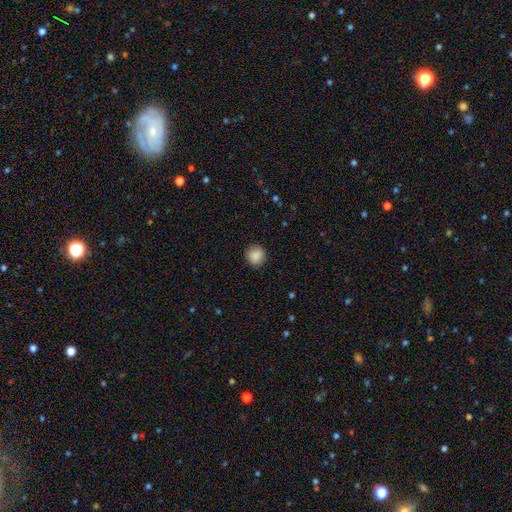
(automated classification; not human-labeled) Q: Smooth or featured?
A: smooth (89%); runner-up: star or artifact (8%)
Q: How rounded?
A: round (88%); runner-up: in between (11%)
Q: Merging?
A: none (88%); runner-up: minor disturbance (8%)